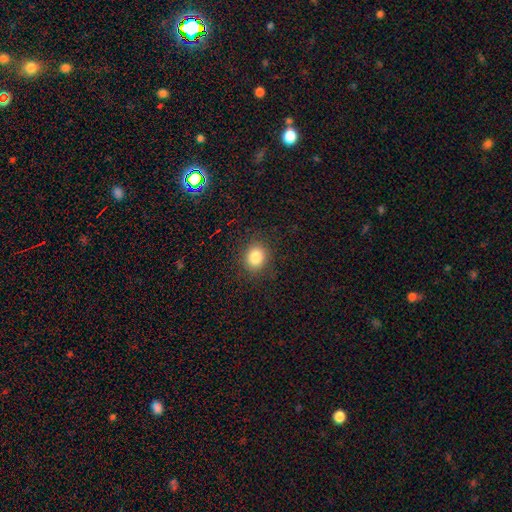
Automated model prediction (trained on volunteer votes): Overall: smooth (82%). How rounded: round (66%; in between 33%). Merging: none (90%).